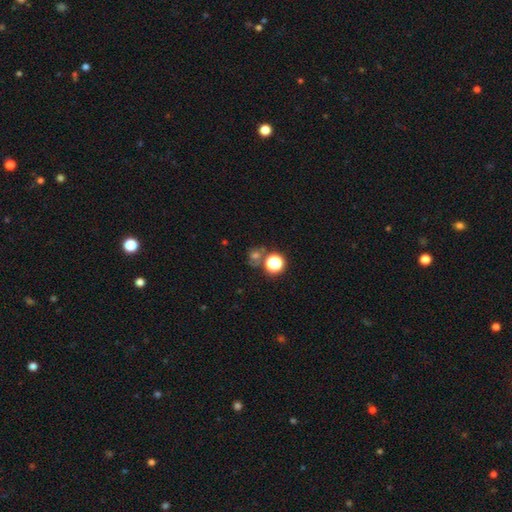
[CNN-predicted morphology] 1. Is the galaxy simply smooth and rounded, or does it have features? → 44% smooth (tied), 44% star or artifact (tied), 11% featured or disk.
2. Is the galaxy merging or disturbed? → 64% none, 20% merger, 10% minor disturbance, 6% major disturbance.